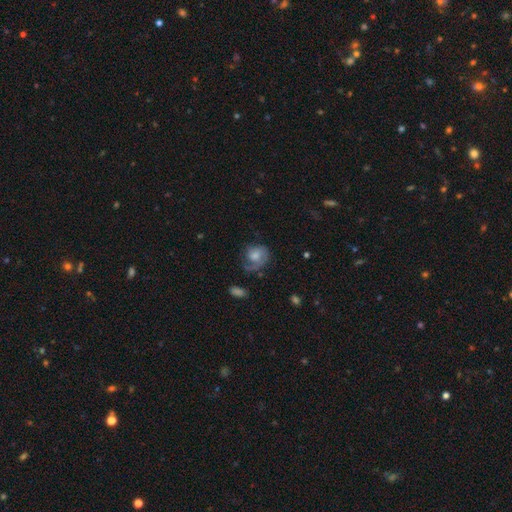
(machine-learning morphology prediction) This is possibly a featured or disk galaxy (51%). It is clearly not viewed edge-on (97%). Merging: possibly none (49%).